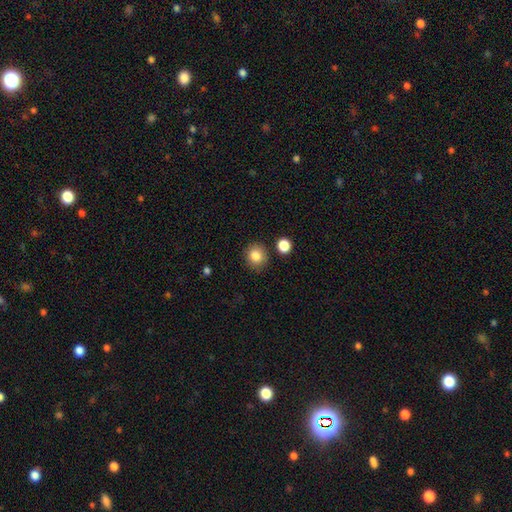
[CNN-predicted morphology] A smooth galaxy with no disk features (84%) that is round (85%). Merging: none (86%).